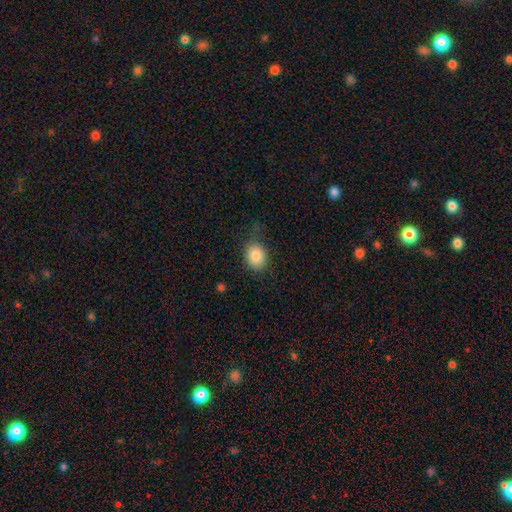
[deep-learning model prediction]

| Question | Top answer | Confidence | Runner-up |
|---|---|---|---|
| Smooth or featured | smooth | 85% | star or artifact (9%) |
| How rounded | in between | 51% | round (48%) |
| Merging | none | 70% | minor disturbance (21%) |